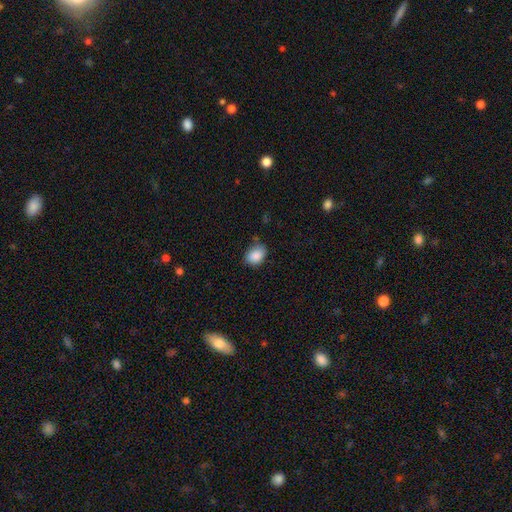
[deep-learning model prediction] Smooth or featured? smooth (88%)
How rounded? in between (72%)
Merging? none (73%)